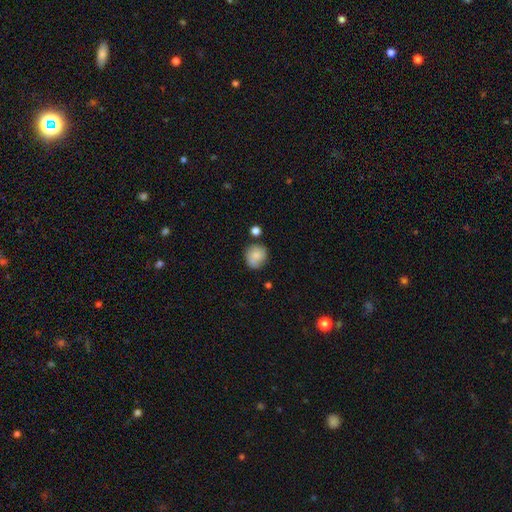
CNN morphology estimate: Smooth or featured?
  - smooth: 81% *
  - featured or disk: 11%
  - star or artifact: 8%
How rounded?
  - round: 83% *
  - in between: 16%
  - cigar-shaped: 1%
Merging?
  - none: 71% *
  - minor disturbance: 19%
  - merger: 5%
  - major disturbance: 4%